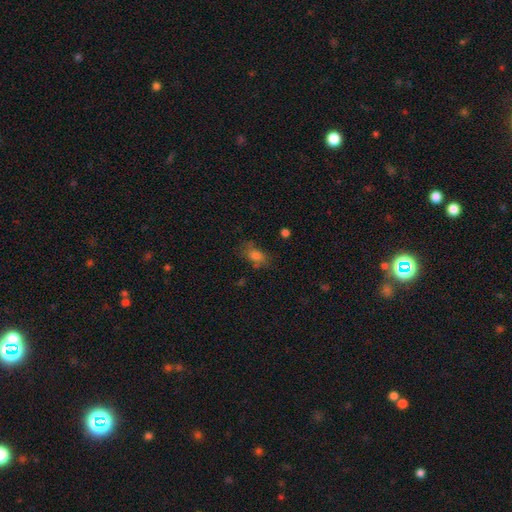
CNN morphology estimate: A smooth galaxy with no disk features (72%) that is in between round and cigar-shaped (78%). Merging: none (60%).